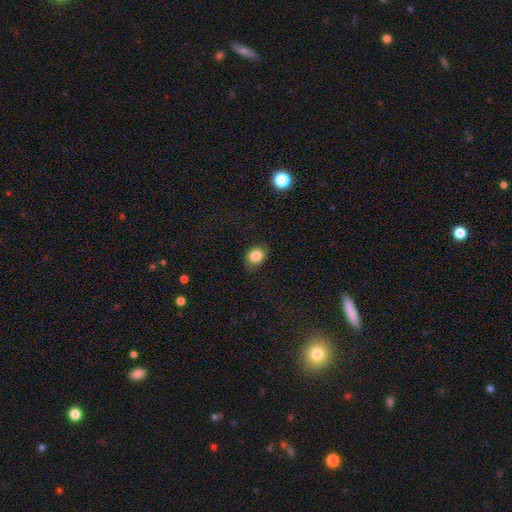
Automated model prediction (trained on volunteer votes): The model was most divided on "how rounded": round: 64%, in between: 35%, cigar-shaped: 1%. More confident: smooth or featured — smooth (84%); merging — none (83%).